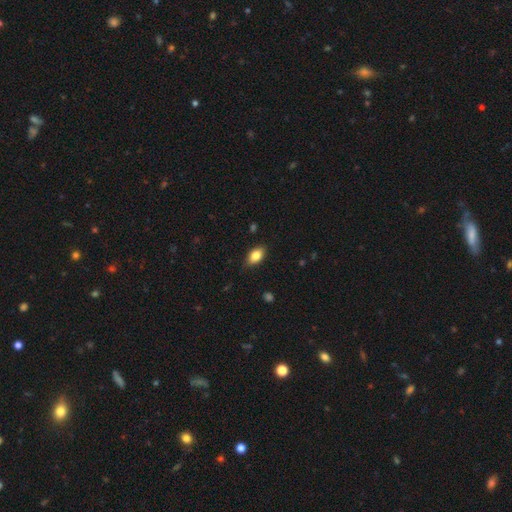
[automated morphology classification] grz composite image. It shows a smooth galaxy with no disk features (83%) that is in between round and cigar-shaped (89%). Merging: none (84%).